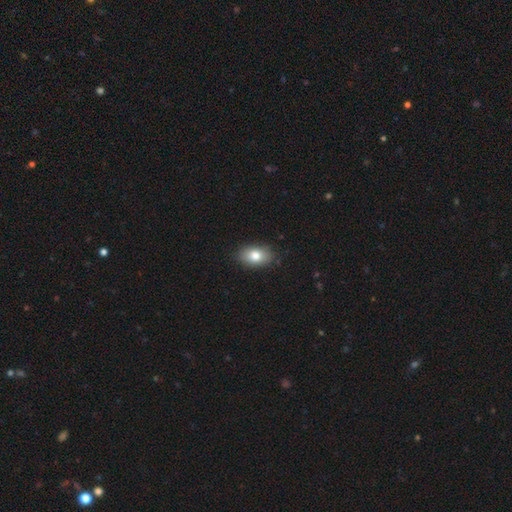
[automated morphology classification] This appears to be a smooth galaxy with no disk features (80%) that is in between round and cigar-shaped (87%). Merging: none (86%).